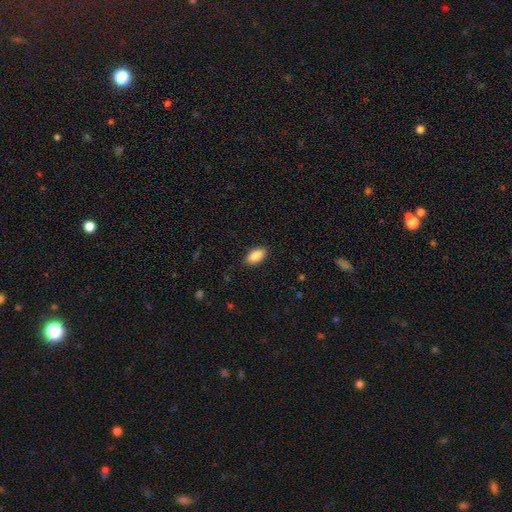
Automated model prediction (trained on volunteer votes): A smooth galaxy with no disk features (87%) that is in between round and cigar-shaped (92%).

Vote fractions:
- Smooth or featured? smooth: 87% / star or artifact: 7% / featured or disk: 6%
- How rounded? in between: 92% / cigar-shaped: 5% / round: 3%
- Merging? none: 88% / minor disturbance: 9% / major disturbance: 2% / merger: 1%